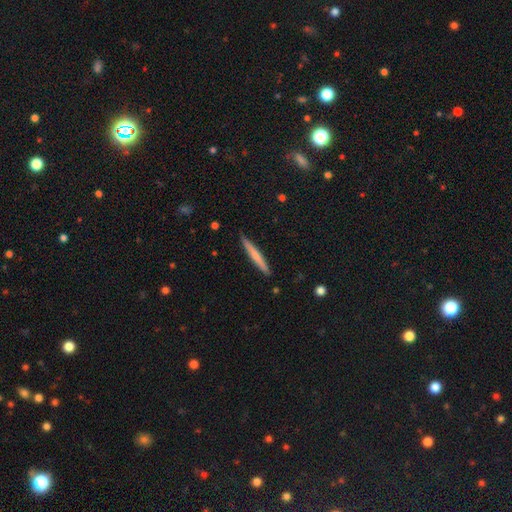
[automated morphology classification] This is possibly a smooth galaxy (60%). How rounded: clearly cigar-shaped (96%). Merging: clearly none (90%).